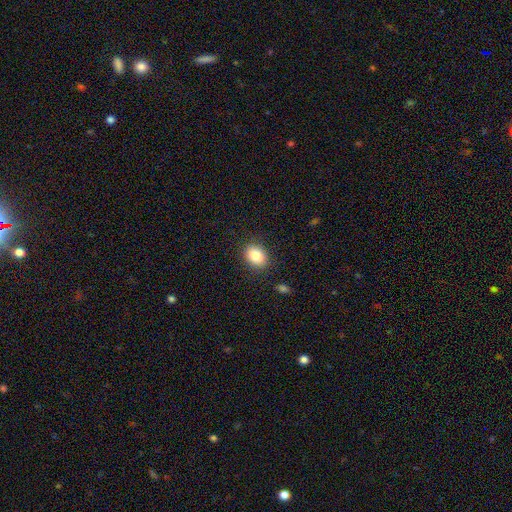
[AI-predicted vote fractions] A smooth galaxy with no disk features (85%) that is in between round and cigar-shaped (65%). Merging: none (87%).